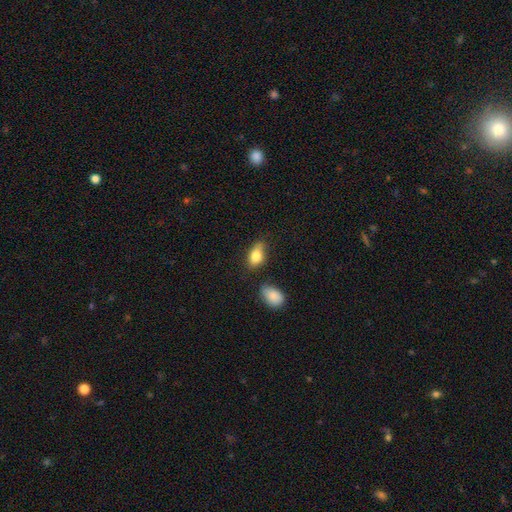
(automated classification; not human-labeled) Q: Smooth or featured?
A: smooth (82%); runner-up: featured or disk (11%)
Q: How rounded?
A: in between (88%); runner-up: round (8%)
Q: Merging?
A: none (63%); runner-up: minor disturbance (26%)